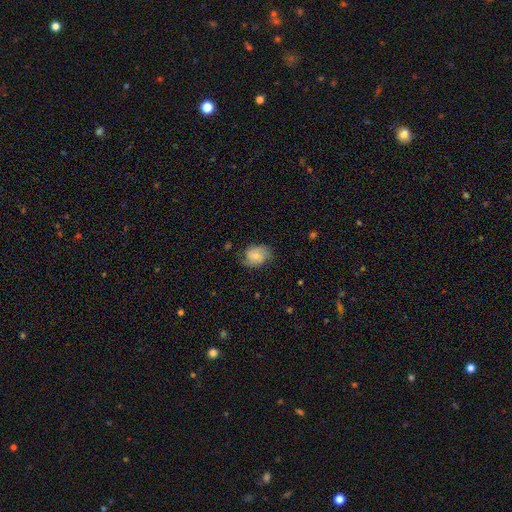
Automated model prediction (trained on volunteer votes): smooth_or_featured: featured or disk (p=0.48) [alt: smooth p=0.45]
merging: none (p=0.65) [alt: minor disturbance p=0.25]